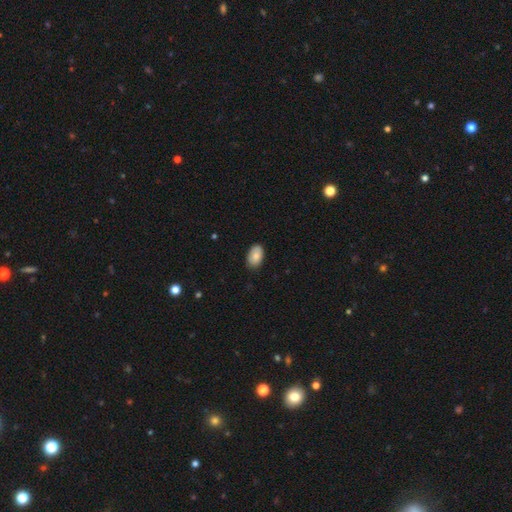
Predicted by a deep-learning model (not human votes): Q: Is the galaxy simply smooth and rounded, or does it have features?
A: smooth — 83%.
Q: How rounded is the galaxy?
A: in between — 92%.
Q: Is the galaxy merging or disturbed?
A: none — 83%.